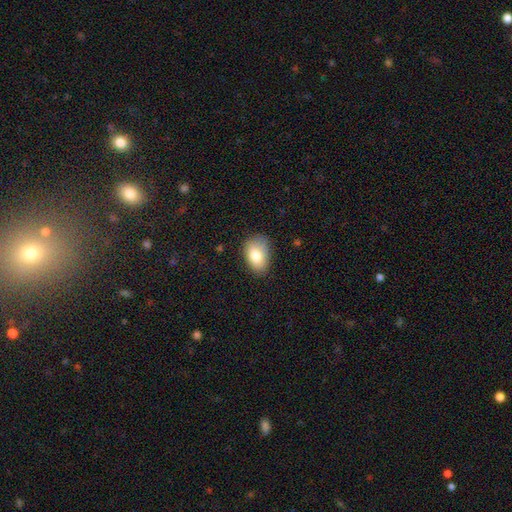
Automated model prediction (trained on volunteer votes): Smooth or featured?
  - smooth: 79% *
  - featured or disk: 12%
  - star or artifact: 8%
How rounded?
  - in between: 85% *
  - round: 14%
  - cigar-shaped: 1%
Merging?
  - none: 72% *
  - minor disturbance: 22%
  - major disturbance: 5%
  - merger: 1%